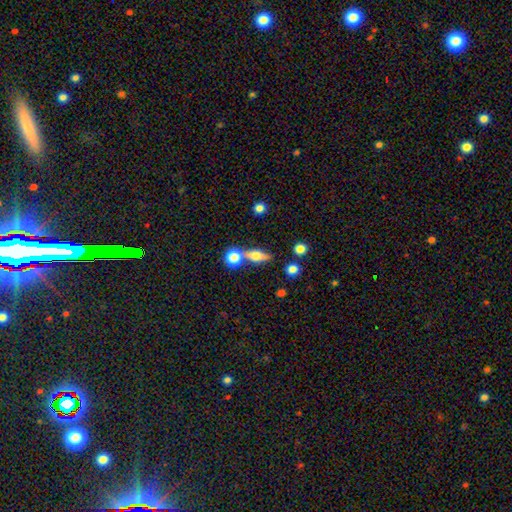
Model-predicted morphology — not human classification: smooth_or_featured: smooth (p=0.48) [alt: featured or disk p=0.43]
merging: none (p=0.59) [alt: merger p=0.27]